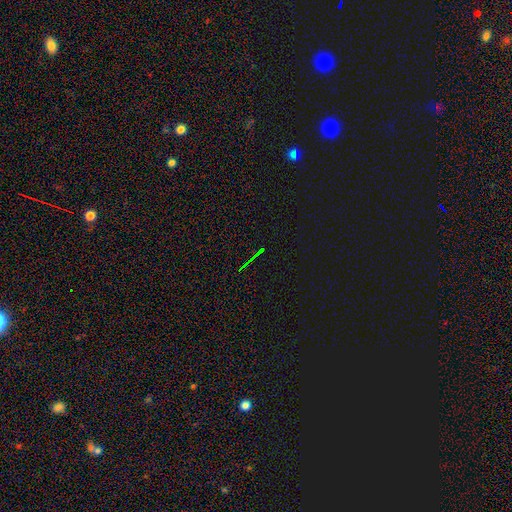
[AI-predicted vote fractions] The model was most divided on "smooth or featured": star or artifact: 76%, featured or disk: 12%, smooth: 12%.